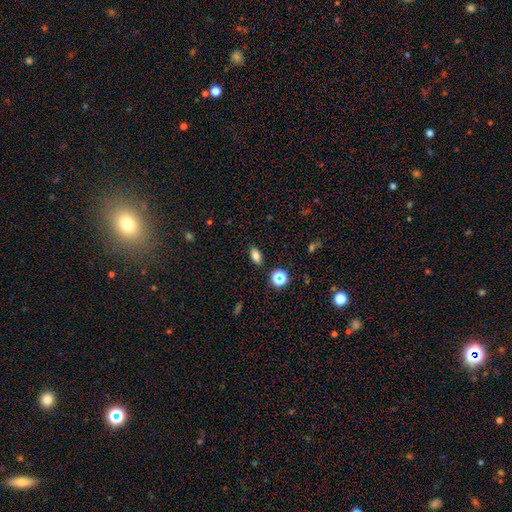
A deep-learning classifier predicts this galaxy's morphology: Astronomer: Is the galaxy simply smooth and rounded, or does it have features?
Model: smooth — 79%.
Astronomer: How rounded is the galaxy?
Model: in between — 86%.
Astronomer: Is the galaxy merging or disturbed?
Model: none — 86%.